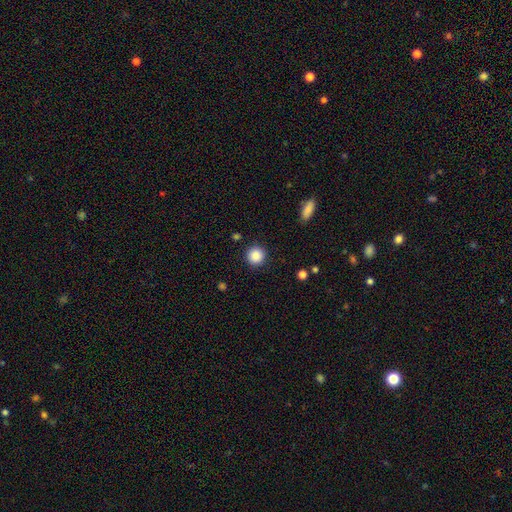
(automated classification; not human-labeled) Q: Smooth or featured?
A: smooth (88%); runner-up: star or artifact (9%)
Q: How rounded?
A: round (94%); runner-up: in between (5%)
Q: Merging?
A: none (90%); runner-up: minor disturbance (6%)